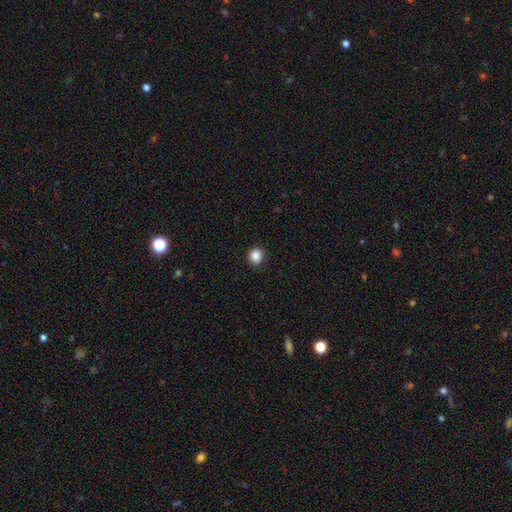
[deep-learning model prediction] Smooth or featured? smooth (87%)
How rounded? round (81%)
Merging? none (89%)